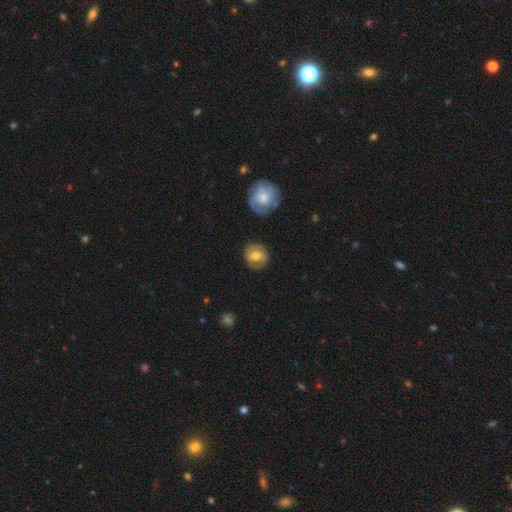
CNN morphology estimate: smooth_or_featured: smooth (p=0.49) [alt: featured or disk p=0.45]
merging: none (p=0.82) [alt: minor disturbance p=0.12]